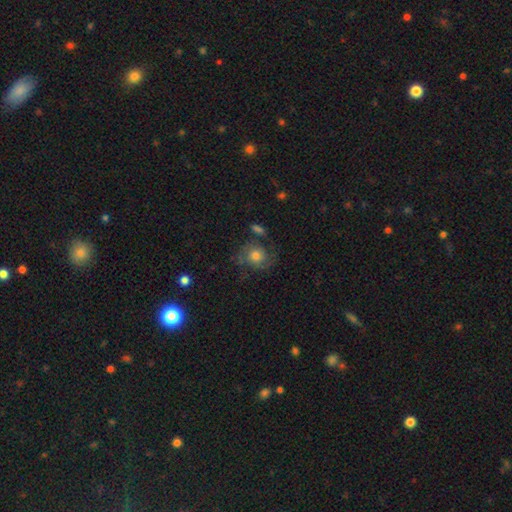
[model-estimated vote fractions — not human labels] This appears to be a featured or disk galaxy (57%) with no bar (79%), spiral arms (87%) and a moderate central bulge (60%). Merging: none (62%).